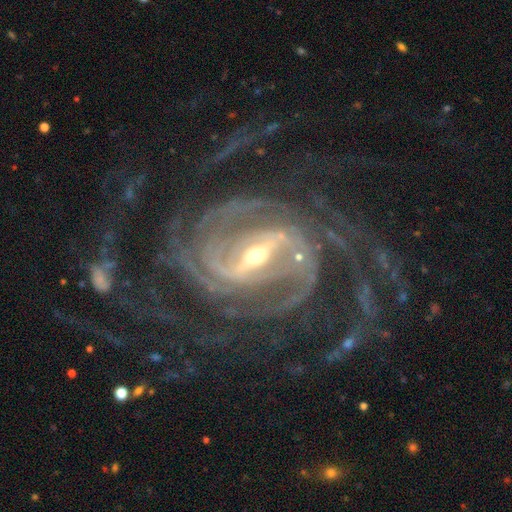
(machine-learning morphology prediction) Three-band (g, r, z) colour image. It shows a featured or disk galaxy (94%) with a strong bar (71%), 2 (23%) tight (51%) spiral arms (99%) and a small central bulge (55%). Merging: none (65%).